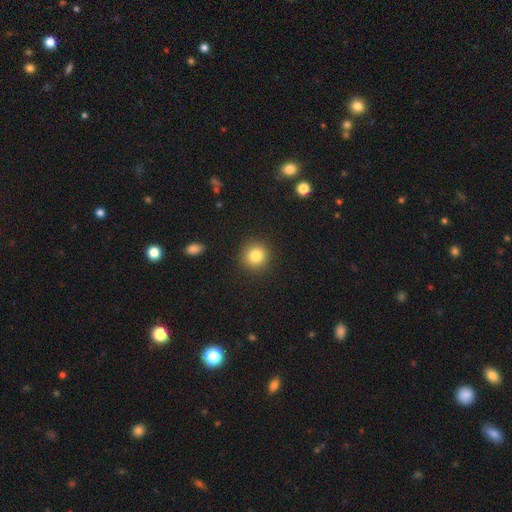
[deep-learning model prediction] A smooth galaxy with no disk features (83%) that is round (93%). Merging: none (91%).